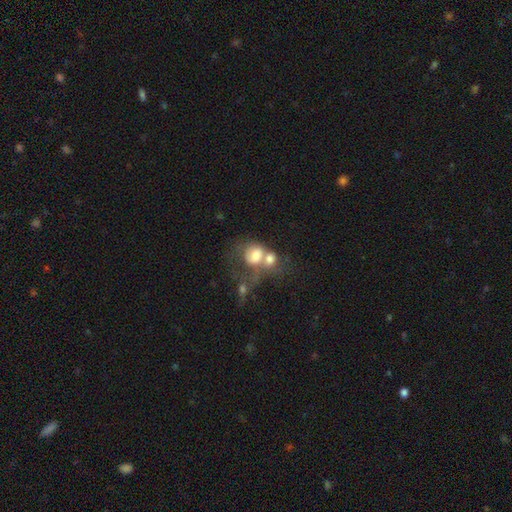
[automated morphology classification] type=smooth (57%); roundness=round (53%); merging=merger (67%).